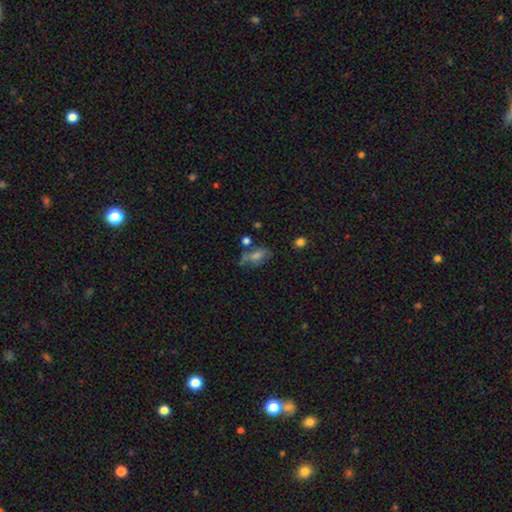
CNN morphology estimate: Smooth or featured: smooth — 44% (featured or disk — 36%)
Merging: none — 54% (minor disturbance — 23%)